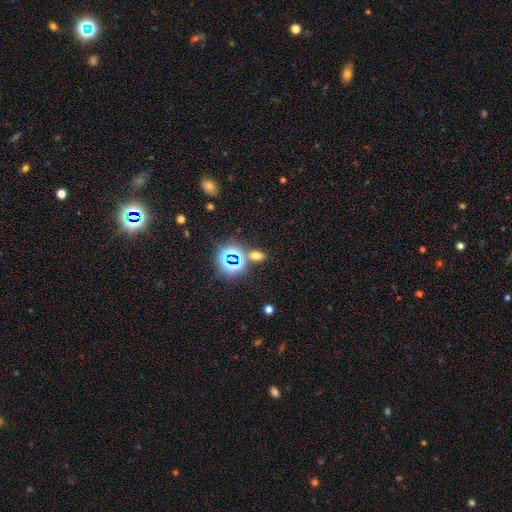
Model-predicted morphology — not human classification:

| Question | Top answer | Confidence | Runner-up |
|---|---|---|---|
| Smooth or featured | smooth | 52% | star or artifact (38%) |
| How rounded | in between | 75% | round (19%) |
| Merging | none | 78% | merger (10%) |